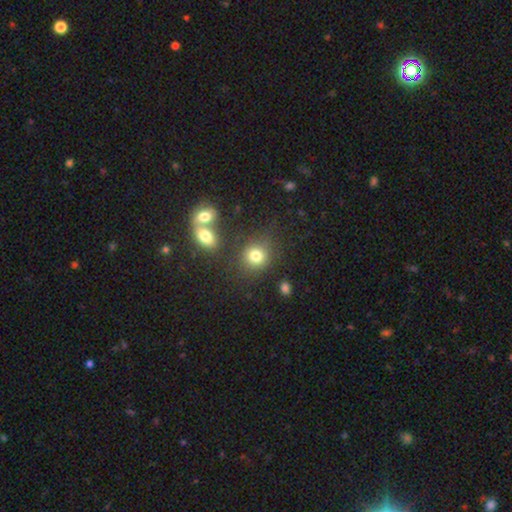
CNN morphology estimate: type=smooth (80%); roundness=round (82%); merging=none (73%).